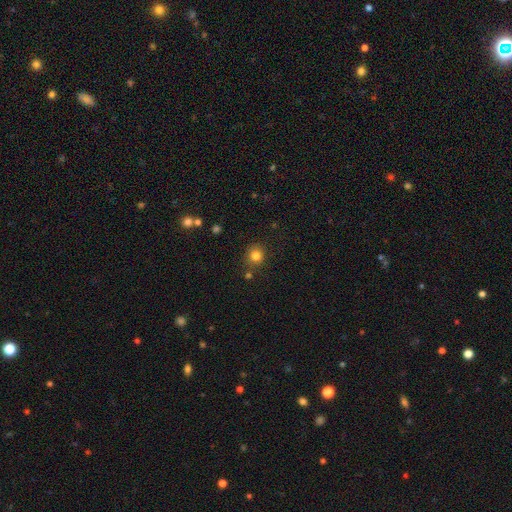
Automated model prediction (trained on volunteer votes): Smooth or featured? Predicted: smooth (p=0.81). How rounded? Predicted: round (p=0.88). Merging? Predicted: none (p=0.82).